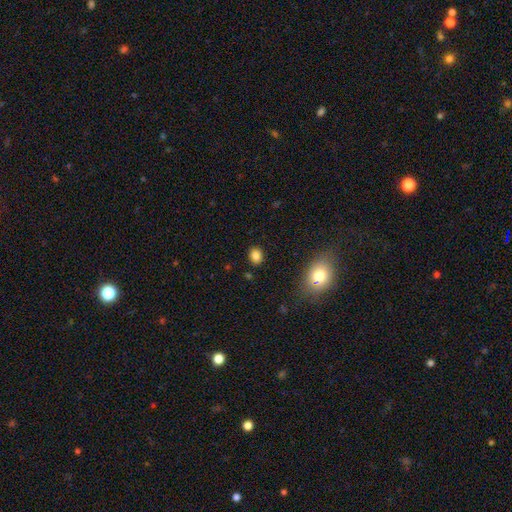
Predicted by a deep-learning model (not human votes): Overall: smooth (84%). How rounded: round (53%; in between 46%). Merging: none (87%).